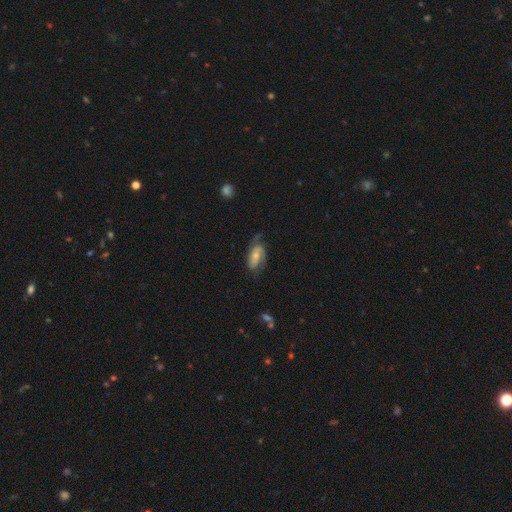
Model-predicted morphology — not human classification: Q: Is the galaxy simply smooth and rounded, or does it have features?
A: featured or disk — 57%.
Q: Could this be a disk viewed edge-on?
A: no — 93%.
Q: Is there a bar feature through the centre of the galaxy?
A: no — 60%.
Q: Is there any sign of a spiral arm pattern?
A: yes — 85%.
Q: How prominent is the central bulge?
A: small — 50%.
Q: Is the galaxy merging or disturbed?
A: none — 53%.